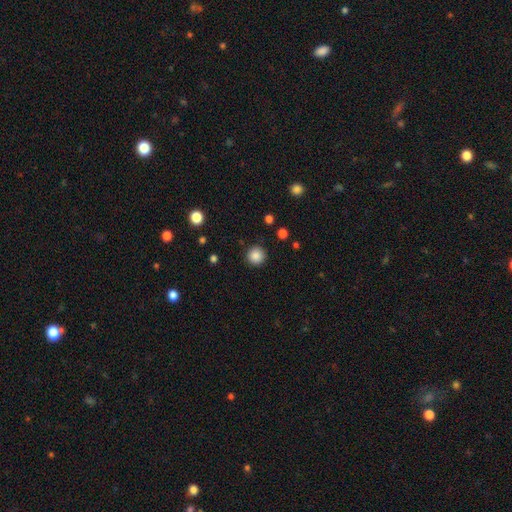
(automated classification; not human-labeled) smooth-or-featured: smooth: 86% | star or artifact: 10% | featured or disk: 4%
  how-rounded: round: 95% | in between: 4% | cigar-shaped: 1%
  merging: none: 90% | minor disturbance: 6% | major disturbance: 2% | merger: 1%